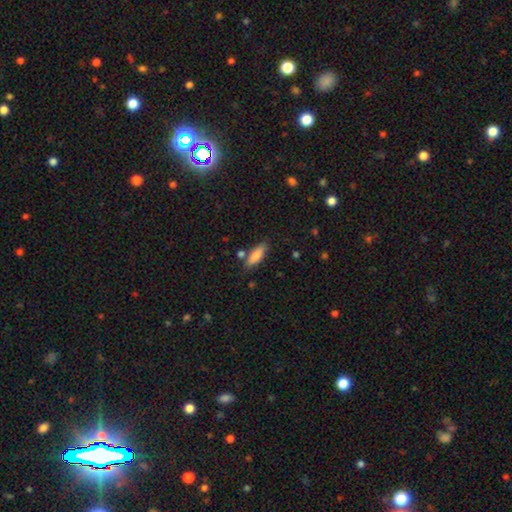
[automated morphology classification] The model was most divided on "how rounded": in between: 59%, cigar-shaped: 39%, round: 2%. More confident: smooth or featured — smooth (80%); merging — none (76%).